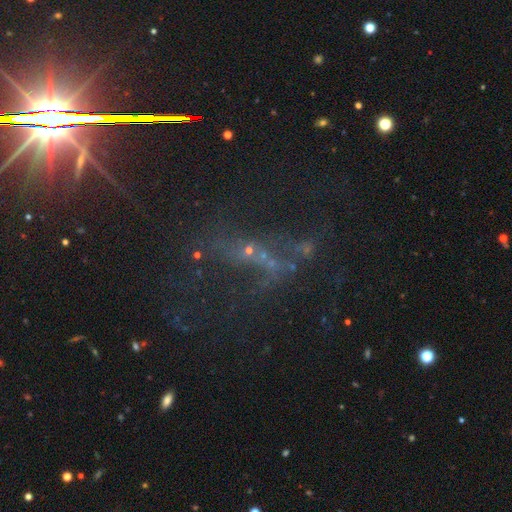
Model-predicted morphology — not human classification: A star or artifact, not a galaxy (52%).